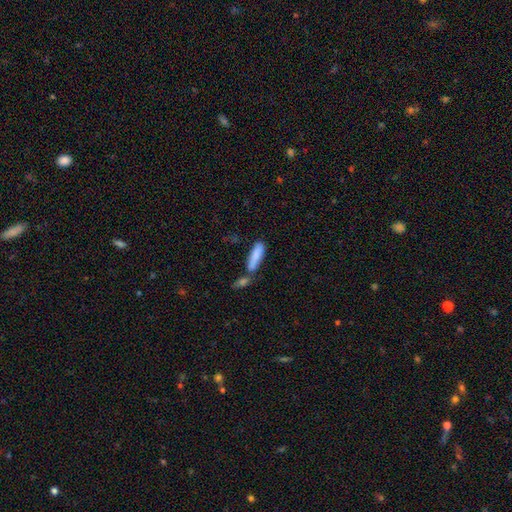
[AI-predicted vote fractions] Smooth or featured: smooth — 84% (featured or disk — 9%)
How rounded: cigar-shaped — 64% (in between — 34%)
Merging: none — 55% (merger — 28%)